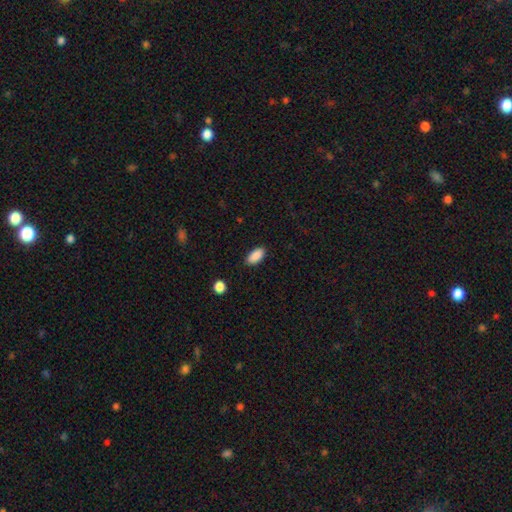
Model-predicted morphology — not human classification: Overall: smooth (89%). How rounded: in between (91%). Merging: none (86%).